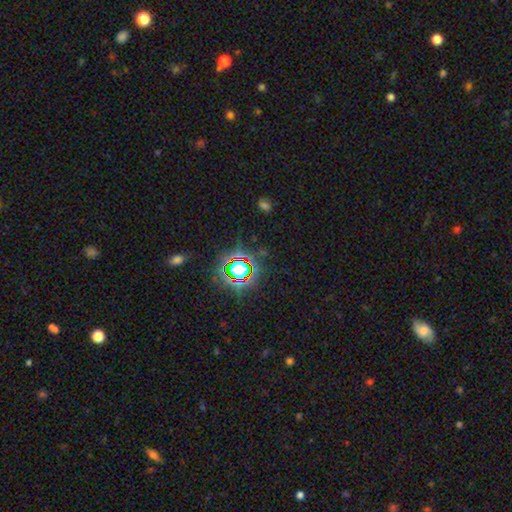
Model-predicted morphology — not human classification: This appears to be a star or artifact, not a galaxy (77%).